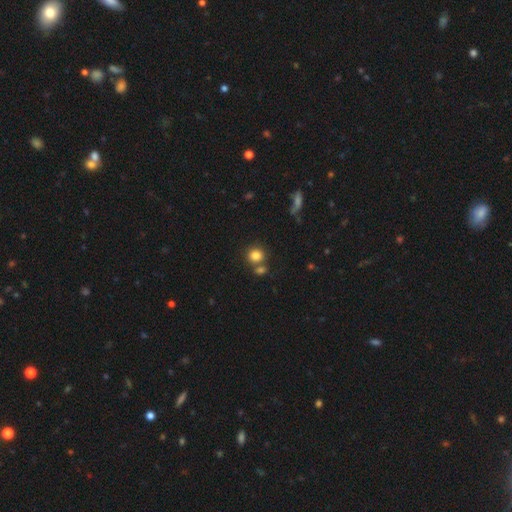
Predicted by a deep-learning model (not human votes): Smooth or featured? smooth (83%)
How rounded? round (84%)
Merging? none (64%)